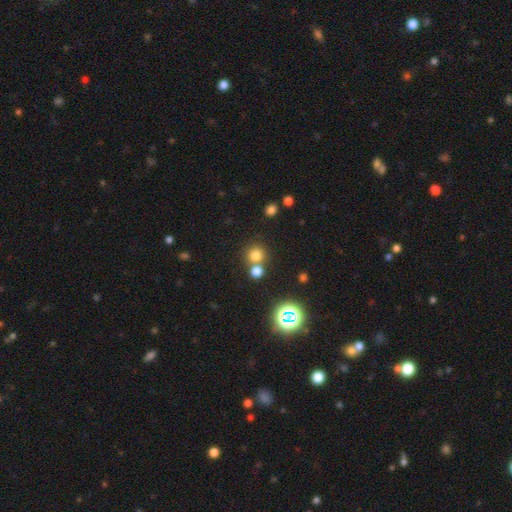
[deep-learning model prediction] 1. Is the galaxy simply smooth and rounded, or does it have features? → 72% smooth, 22% star or artifact, 7% featured or disk.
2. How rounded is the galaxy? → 91% round, 8% in between, 1% cigar-shaped.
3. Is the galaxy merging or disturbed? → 63% none, 28% merger, 6% minor disturbance, 3% major disturbance.